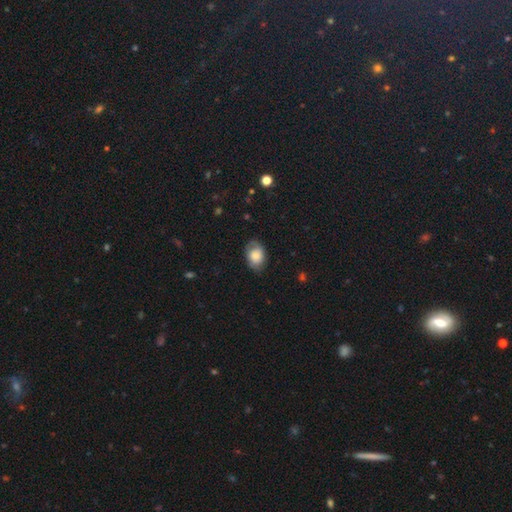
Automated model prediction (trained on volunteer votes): Smooth or featured: smooth — 70% (featured or disk — 22%)
How rounded: in between — 79% (round — 20%)
Merging: none — 72% (minor disturbance — 21%)